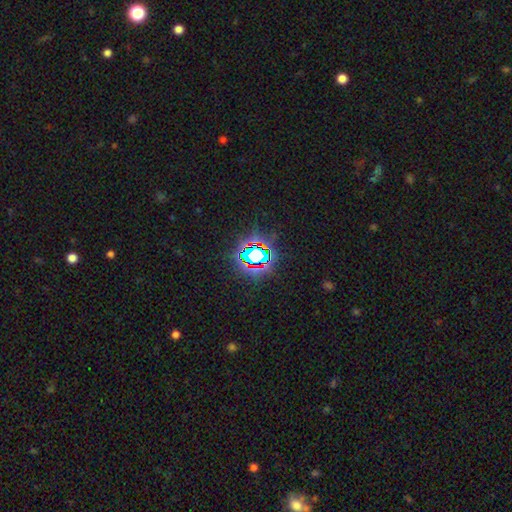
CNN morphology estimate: A star or artifact, not a galaxy (74%).